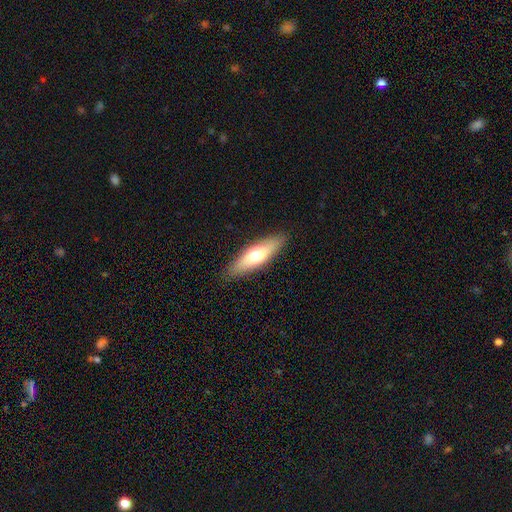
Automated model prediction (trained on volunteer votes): A smooth galaxy with no disk features (60%) that is cigar-shaped (55%). Merging: none (89%).